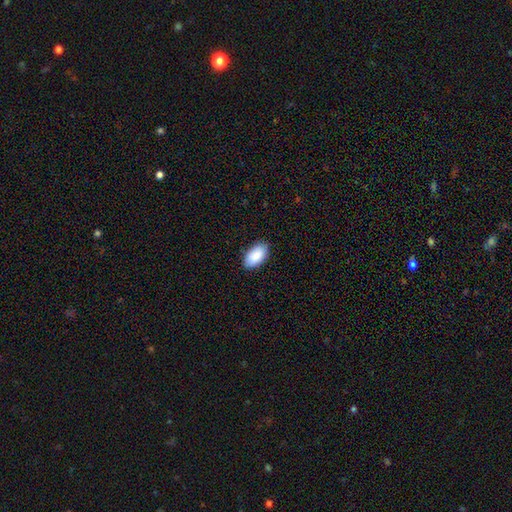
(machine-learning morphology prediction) Smooth or featured? Predicted: smooth (p=0.88). How rounded? Predicted: in between (p=0.96). Merging? Predicted: none (p=0.86).